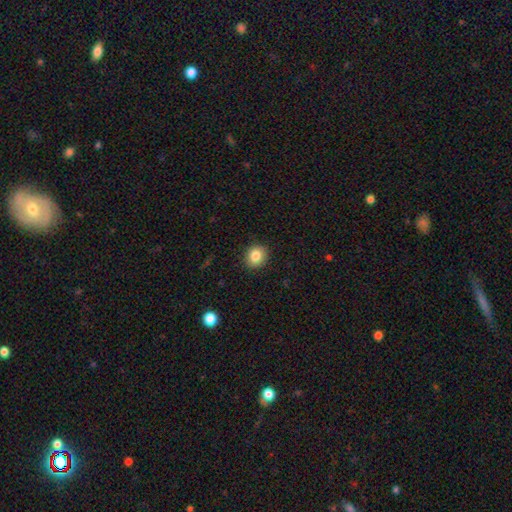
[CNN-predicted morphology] Smooth or featured: smooth — 84% (star or artifact — 10%)
How rounded: round — 72% (in between — 27%)
Merging: none — 91% (minor disturbance — 7%)